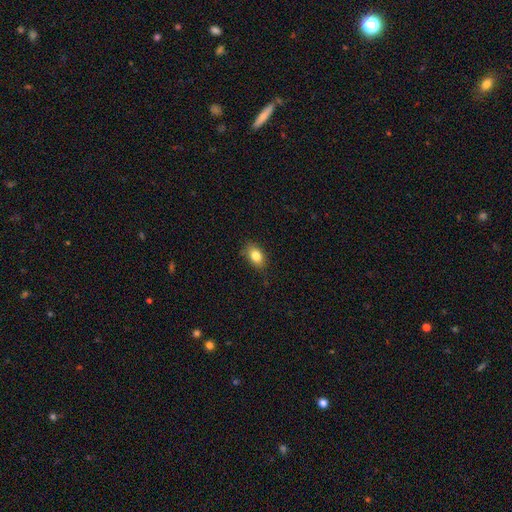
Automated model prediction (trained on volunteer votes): Morphology: type=smooth (83%); roundness=in between (84%); merging=none (81%).